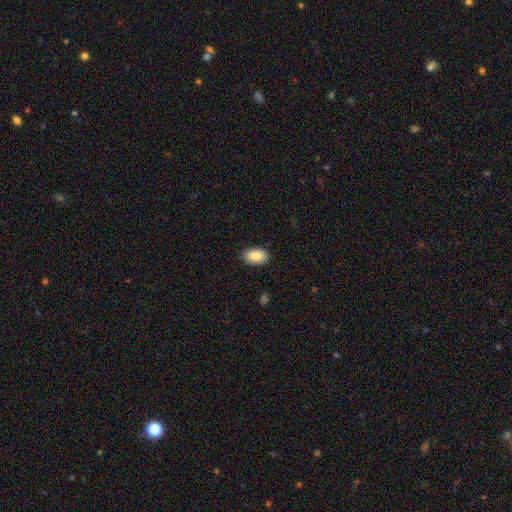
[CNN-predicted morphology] Smooth or featured: smooth — 86% (featured or disk — 7%)
How rounded: in between — 92% (round — 7%)
Merging: none — 87% (minor disturbance — 10%)